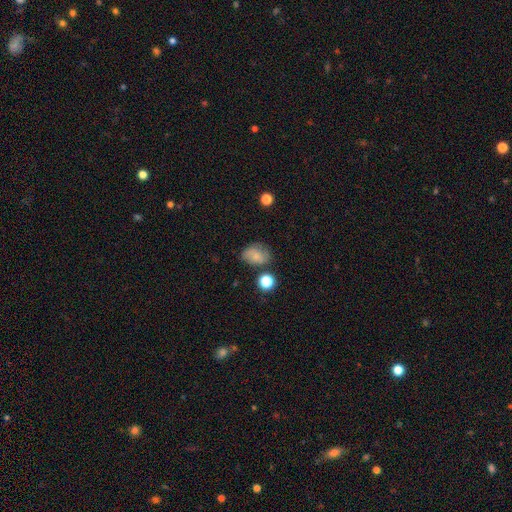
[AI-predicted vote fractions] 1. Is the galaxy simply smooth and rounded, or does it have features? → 70% smooth, 18% featured or disk, 11% star or artifact.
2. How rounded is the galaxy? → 65% in between, 33% round, 1% cigar-shaped.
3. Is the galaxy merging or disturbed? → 66% none, 22% minor disturbance, 7% major disturbance, 5% merger.